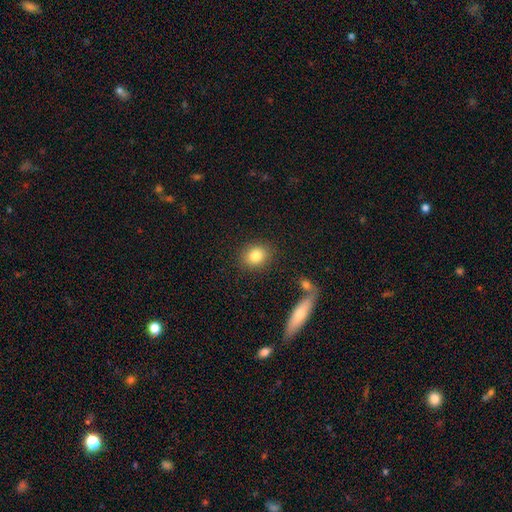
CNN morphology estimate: Smooth or featured: smooth — 83% (star or artifact — 9%)
How rounded: round — 58% (in between — 41%)
Merging: none — 86% (minor disturbance — 8%)